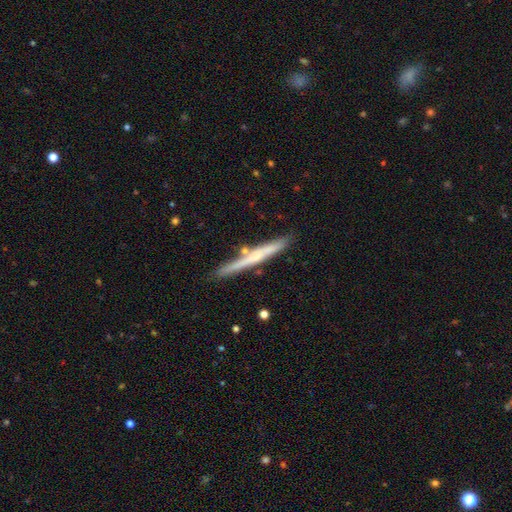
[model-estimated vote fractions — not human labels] The model was most divided on "smooth or featured": featured or disk: 54%, smooth: 40%, star or artifact: 6%. More confident: edge-on disk — yes (96%); merging — none (79%); edge-on bulge — none (67%).